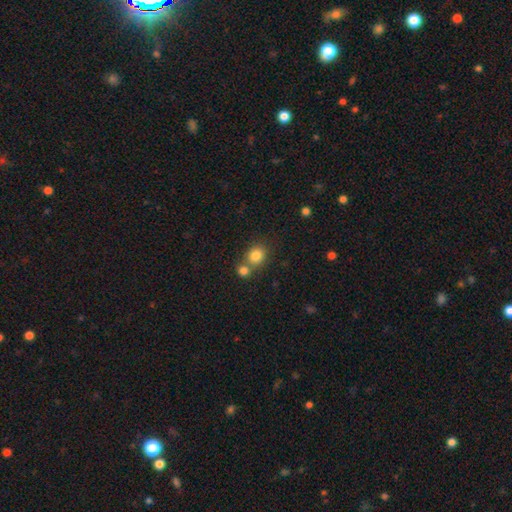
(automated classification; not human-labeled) Q: Smooth or featured?
A: smooth (82%); runner-up: star or artifact (11%)
Q: How rounded?
A: round (74%); runner-up: in between (25%)
Q: Merging?
A: none (55%); runner-up: merger (35%)